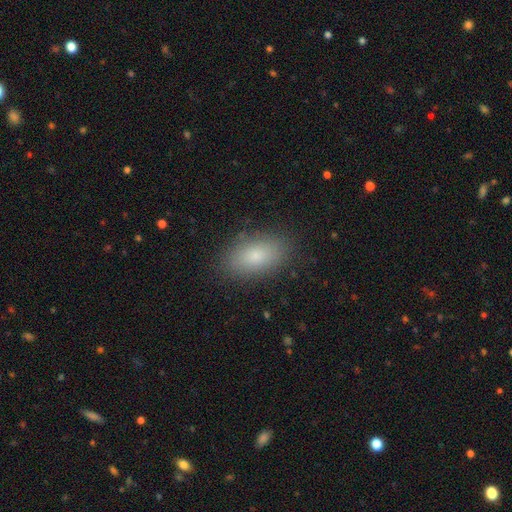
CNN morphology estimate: Smooth or featured? smooth (81%)
How rounded? in between (91%)
Merging? none (86%)